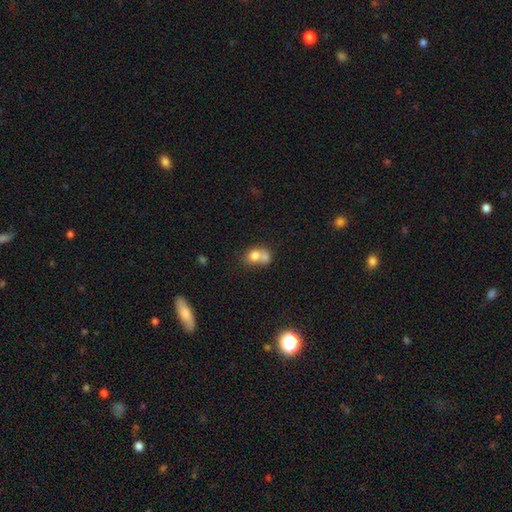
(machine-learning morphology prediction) Overall: smooth (73%). How rounded: round (55%; in between 44%). Merging: merger (64%).